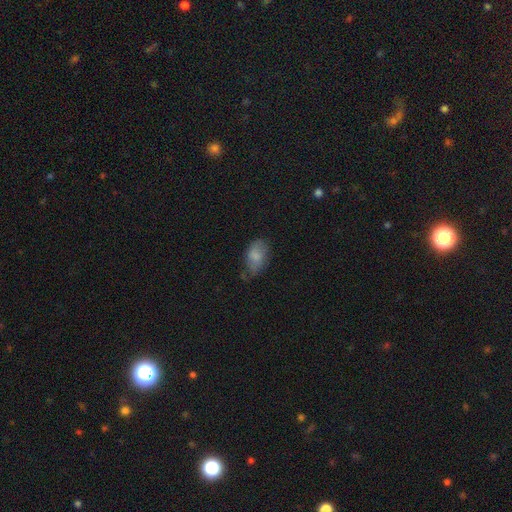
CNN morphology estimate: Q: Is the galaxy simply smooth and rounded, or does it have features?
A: smooth — 77%.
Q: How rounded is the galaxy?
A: in between — 91%.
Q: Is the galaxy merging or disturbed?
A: none — 51%.